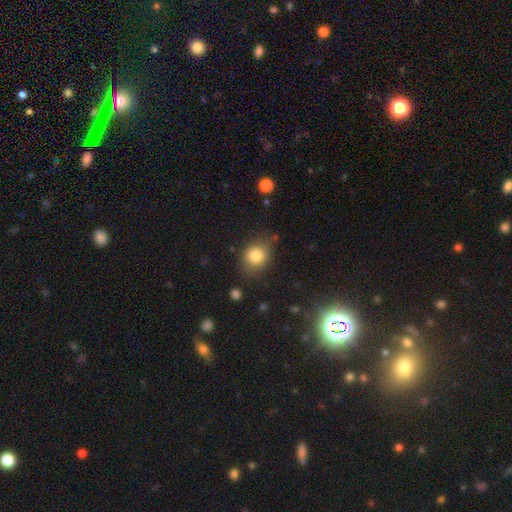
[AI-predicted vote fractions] Q: Smooth or featured?
A: smooth (83%); runner-up: star or artifact (10%)
Q: How rounded?
A: round (65%); runner-up: in between (34%)
Q: Merging?
A: none (75%); runner-up: minor disturbance (17%)